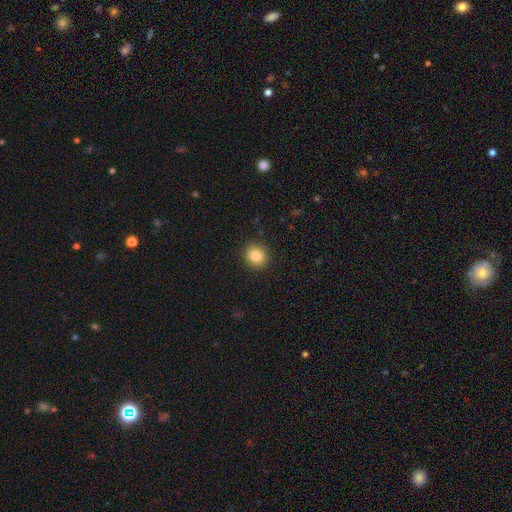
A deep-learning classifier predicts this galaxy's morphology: Smooth or featured? Predicted: smooth (p=0.85). How rounded? Predicted: round (p=0.86). Merging? Predicted: none (p=0.91).